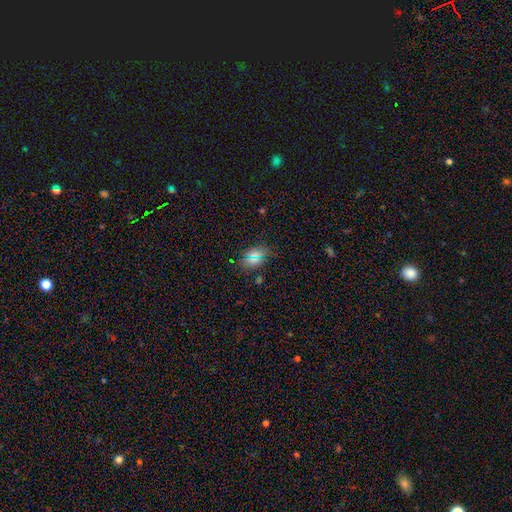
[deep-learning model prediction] Smooth or featured? smooth (70%)
How rounded? in between (81%)
Merging? none (83%)